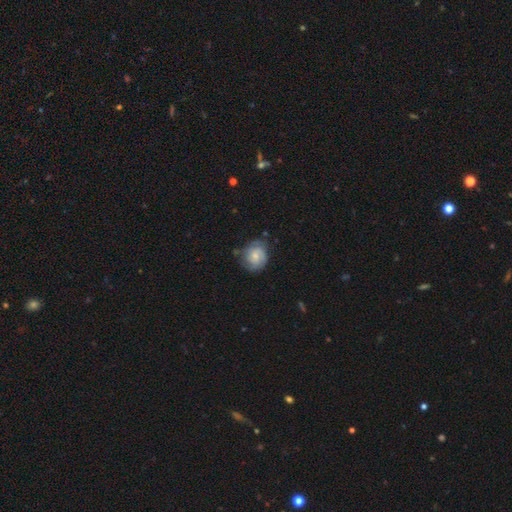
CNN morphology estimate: type=featured or disk (55%); edge-on=no (97%); bar=no (58%); spiral arms=yes (86%); bulge=small (51%); merging=none (65%).